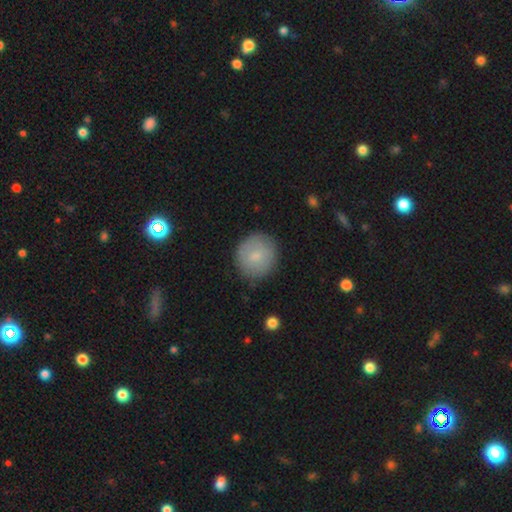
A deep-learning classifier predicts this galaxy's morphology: smooth_or_featured: smooth (p=0.77) [alt: featured or disk p=0.16]
how_rounded: round (p=0.88) [alt: in between p=0.11]
merging: none (p=0.83) [alt: minor disturbance p=0.12]